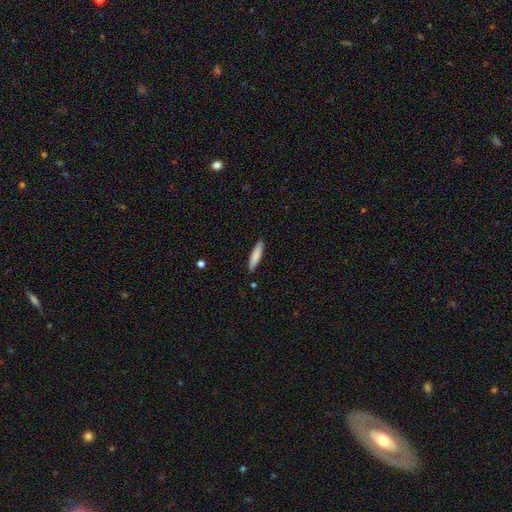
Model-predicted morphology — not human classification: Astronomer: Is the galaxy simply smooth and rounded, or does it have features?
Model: smooth — 80%.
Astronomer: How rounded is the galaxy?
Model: cigar-shaped — 81%.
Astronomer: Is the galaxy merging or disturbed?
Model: none — 89%.